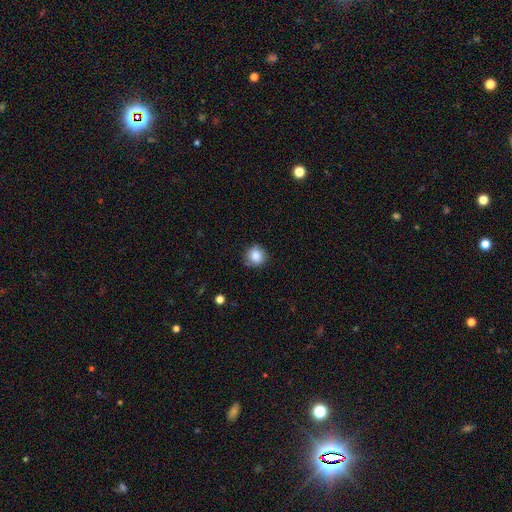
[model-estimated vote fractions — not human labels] Smooth or featured? Predicted: smooth (p=0.85). How rounded? Predicted: round (p=0.91). Merging? Predicted: none (p=0.83).